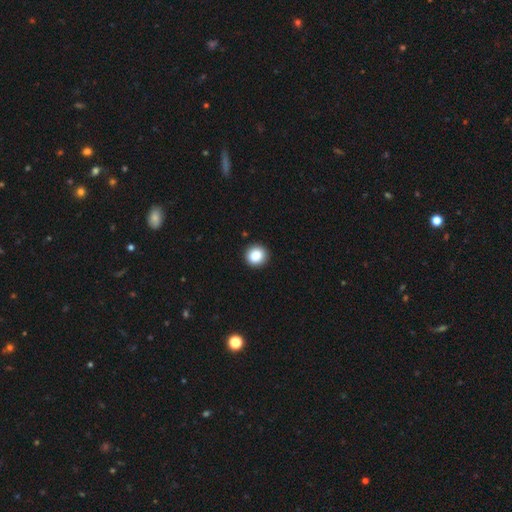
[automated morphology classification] Overall: smooth (86%). How rounded: round (90%). Merging: none (93%).